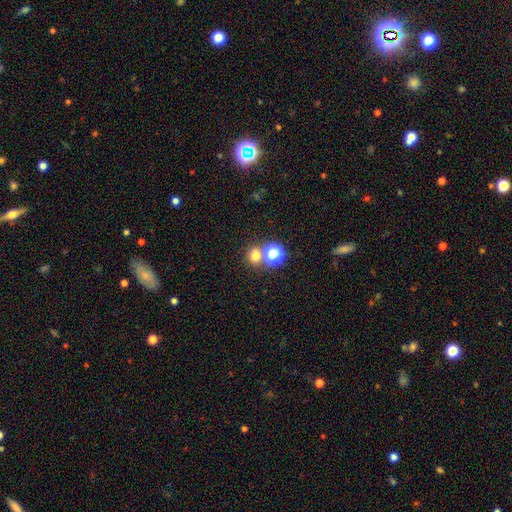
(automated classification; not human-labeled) Q: Smooth or featured?
A: smooth (70%); runner-up: star or artifact (22%)
Q: How rounded?
A: round (83%); runner-up: in between (16%)
Q: Merging?
A: none (66%); runner-up: merger (24%)